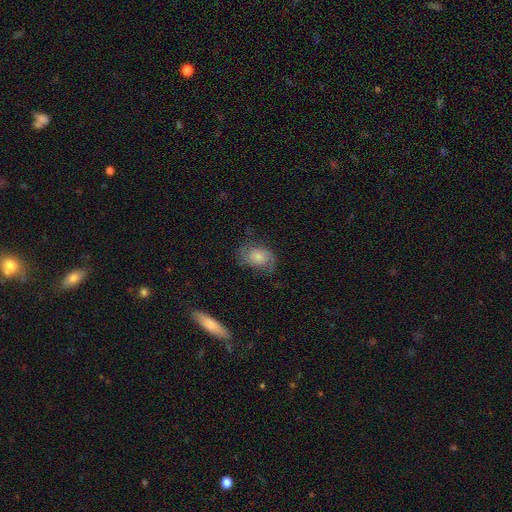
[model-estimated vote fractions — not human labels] This appears to be a featured or disk galaxy (58%) with no bar (70%), 2 (84%) medium (46%) spiral arms (90%) and a moderate central bulge (36%). Merging: none (67%).